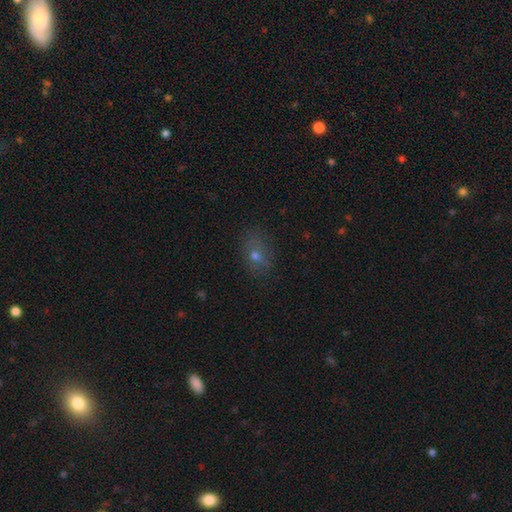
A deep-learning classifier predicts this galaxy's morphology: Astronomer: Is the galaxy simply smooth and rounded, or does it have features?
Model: smooth — 59%.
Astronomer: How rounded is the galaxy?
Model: in between — 65%.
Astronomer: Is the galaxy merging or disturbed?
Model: none — 74%.